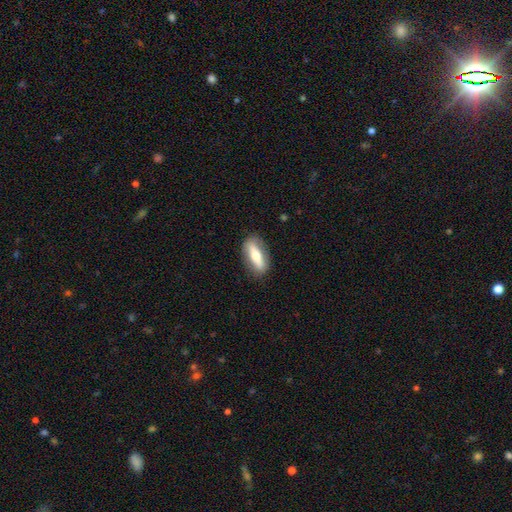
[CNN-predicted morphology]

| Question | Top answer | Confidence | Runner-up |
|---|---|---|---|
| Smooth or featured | smooth | 57% | featured or disk (37%) |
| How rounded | in between | 59% | cigar-shaped (38%) |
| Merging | none | 85% | minor disturbance (11%) |